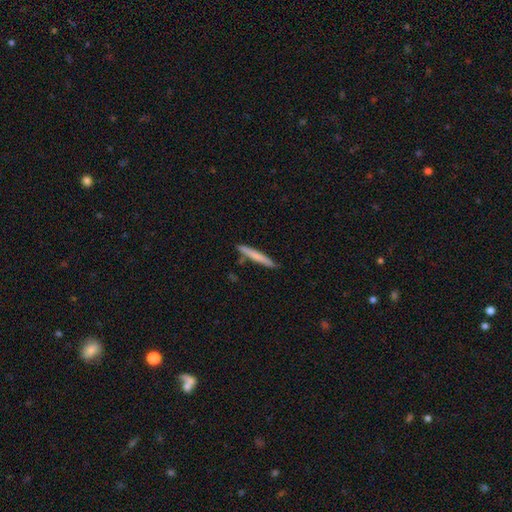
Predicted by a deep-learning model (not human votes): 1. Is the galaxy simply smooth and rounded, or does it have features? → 67% smooth, 27% featured or disk, 5% star or artifact.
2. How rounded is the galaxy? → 96% cigar-shaped, 3% in between, 1% round.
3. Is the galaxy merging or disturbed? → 85% none, 9% minor disturbance, 4% merger, 2% major disturbance.